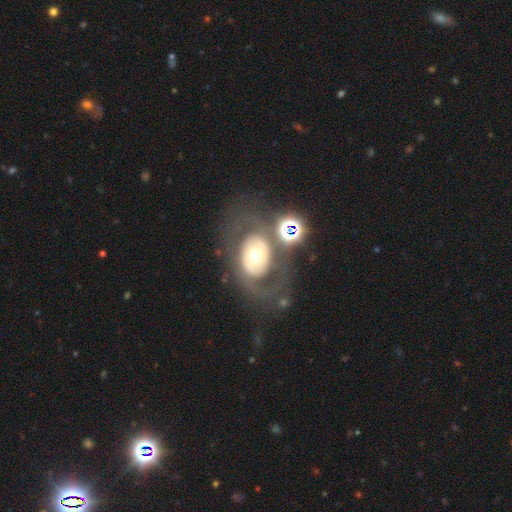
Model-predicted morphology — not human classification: Q: Smooth or featured?
A: featured or disk (55%); runner-up: smooth (33%)
Q: Edge-on disk?
A: no (93%); runner-up: yes (7%)
Q: Bar?
A: no (82%); runner-up: weak (11%)
Q: Spiral arms?
A: no (72%); runner-up: yes (28%)
Q: Bulge size?
A: moderate (61%); runner-up: large (26%)
Q: Merging?
A: none (65%); runner-up: major disturbance (14%)